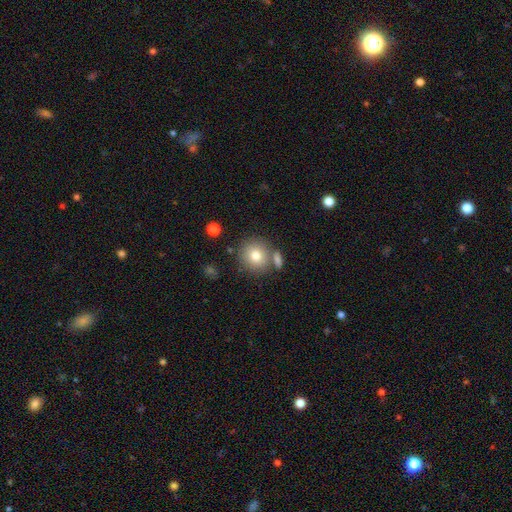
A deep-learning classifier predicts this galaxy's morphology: Smooth or featured: smooth — 78% (featured or disk — 12%)
How rounded: round — 87% (in between — 12%)
Merging: none — 71% (merger — 15%)